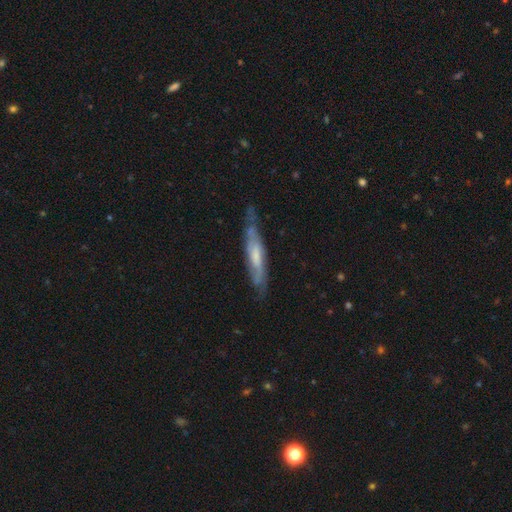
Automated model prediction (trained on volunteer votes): Overall: featured or disk (61%; smooth 33%). Edge-on disk: yes (55%; no 45%). Merging: none (61%; minor disturbance 27%).